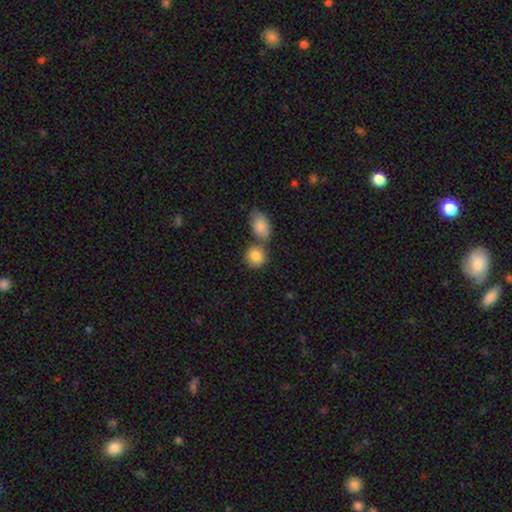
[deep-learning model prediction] Overall: smooth (86%). How rounded: round (72%). Merging: none (54%; merger 33%).